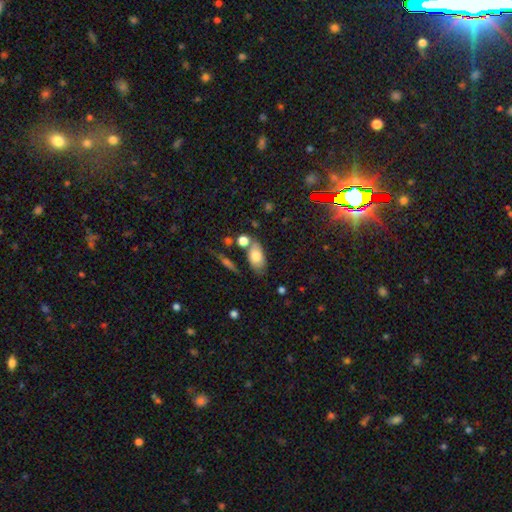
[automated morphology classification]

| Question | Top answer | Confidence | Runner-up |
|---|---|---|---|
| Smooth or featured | smooth | 74% | featured or disk (18%) |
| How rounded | in between | 90% | round (7%) |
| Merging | none | 61% | minor disturbance (17%) |